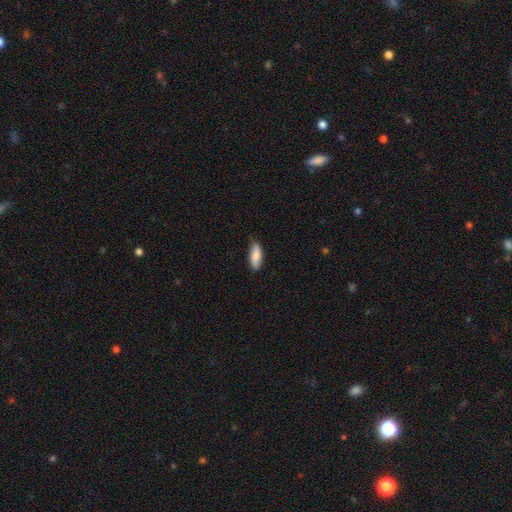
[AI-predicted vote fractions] A smooth galaxy with no disk features (80%) that is in between round and cigar-shaped (72%). Merging: none (76%).